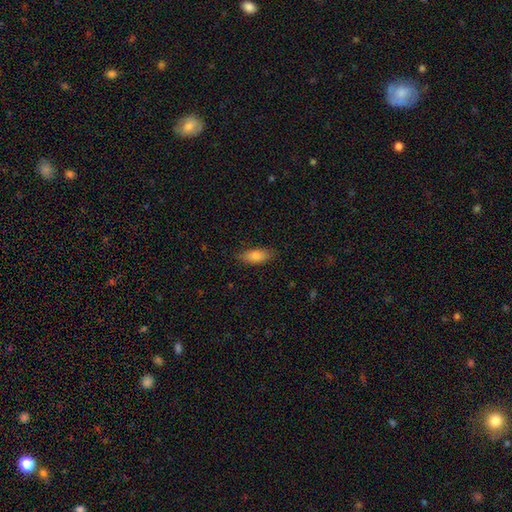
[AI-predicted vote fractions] Smooth or featured: smooth — 83% (featured or disk — 10%)
How rounded: in between — 80% (cigar-shaped — 18%)
Merging: none — 83% (minor disturbance — 13%)